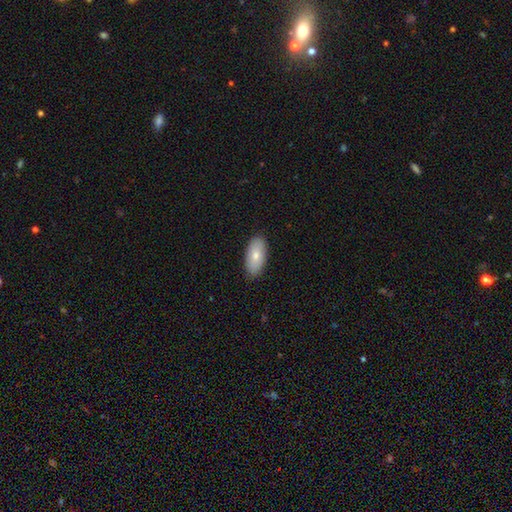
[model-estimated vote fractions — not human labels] This appears to be a smooth galaxy with no disk features (79%) that is in between round and cigar-shaped (93%). Merging: none (88%).